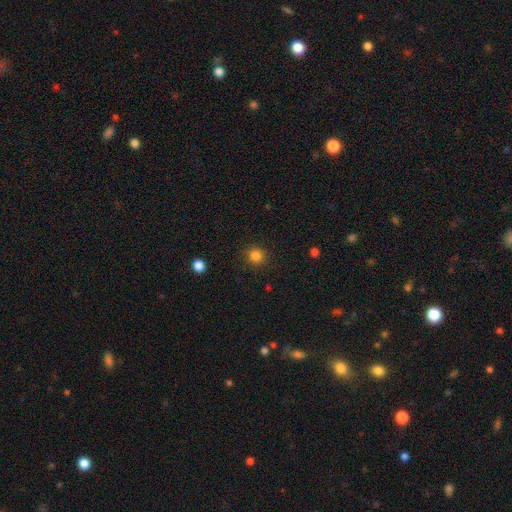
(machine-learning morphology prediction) smooth_or_featured: smooth (p=0.84) [alt: star or artifact p=0.13]
how_rounded: round (p=0.92) [alt: in between p=0.07]
merging: none (p=0.90) [alt: minor disturbance p=0.06]